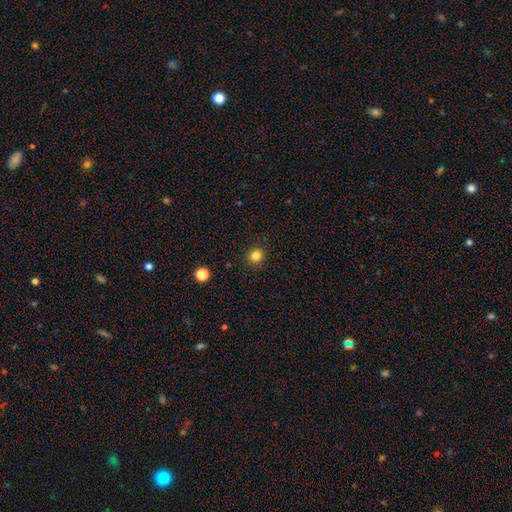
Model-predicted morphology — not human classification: Overall: smooth (83%). How rounded: round (91%). Merging: none (92%).